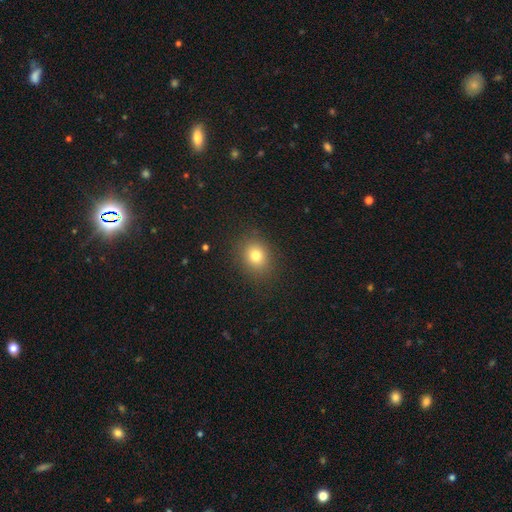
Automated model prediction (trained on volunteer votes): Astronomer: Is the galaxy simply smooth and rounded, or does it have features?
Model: smooth — 78%.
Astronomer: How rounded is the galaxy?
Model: round — 67%.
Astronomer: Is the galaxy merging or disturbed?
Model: none — 88%.